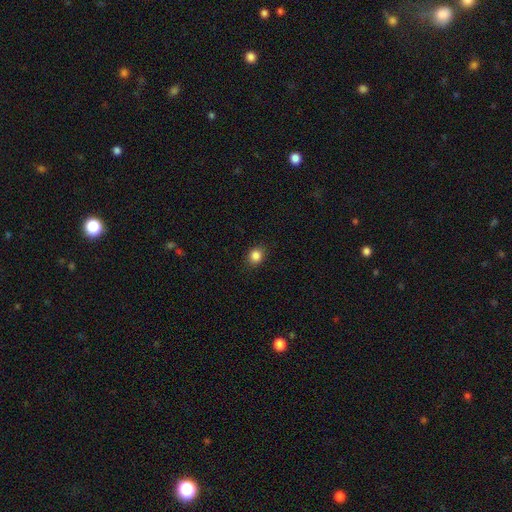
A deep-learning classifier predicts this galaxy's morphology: Smooth or featured? smooth (85%)
How rounded? round (69%)
Merging? none (88%)